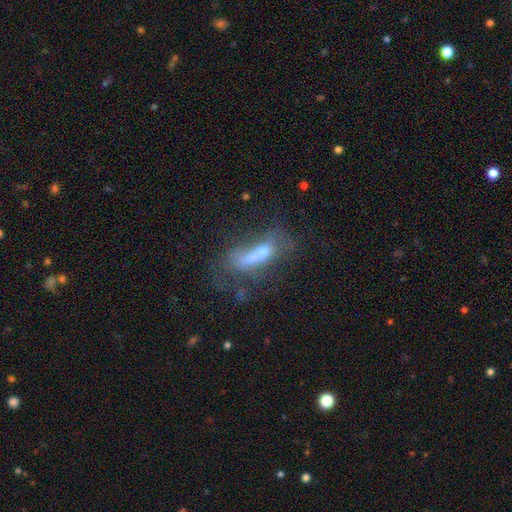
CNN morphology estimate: This appears to be a featured or disk galaxy (46%). Merging: merger (33%).